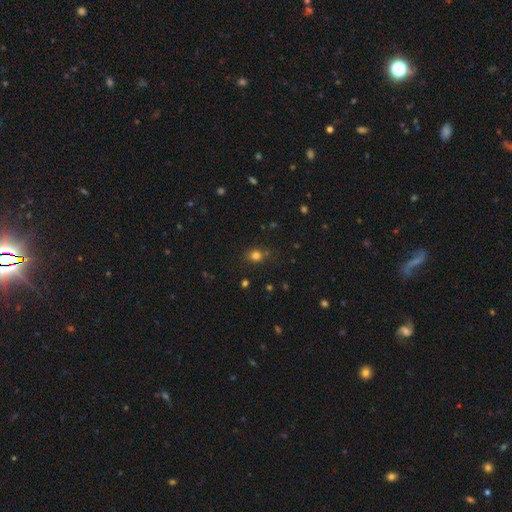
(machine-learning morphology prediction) smooth_or_featured: smooth (p=0.77) [alt: star or artifact p=0.17]
how_rounded: round (p=0.73) [alt: in between p=0.26]
merging: none (p=0.77) [alt: minor disturbance p=0.16]